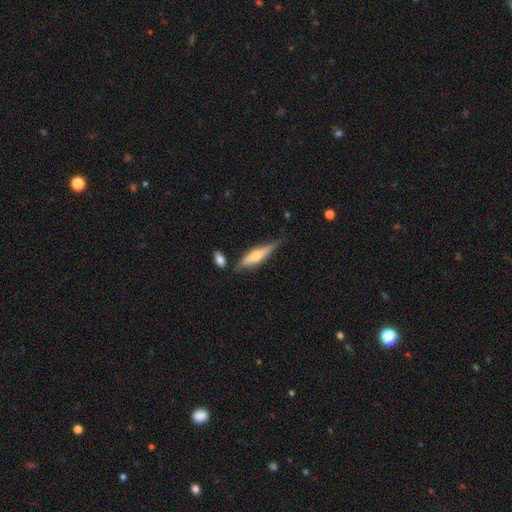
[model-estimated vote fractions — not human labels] A featured or disk galaxy (55%) viewed edge-on (92%) with a rounded central bulge (86%). Merging: none (64%).